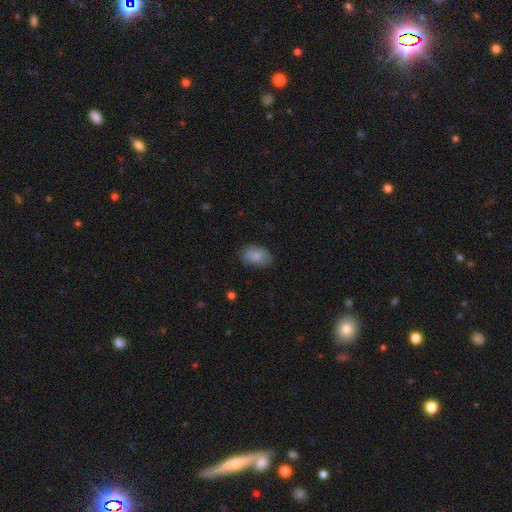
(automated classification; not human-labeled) This is clearly a smooth galaxy (86%). How rounded: clearly in between (88%). Merging: clearly none (81%).